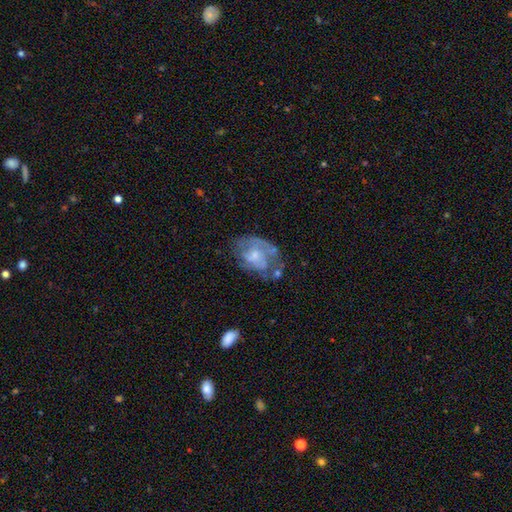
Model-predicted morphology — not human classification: featured or disk 71%, smooth 22%, star or artifact 8%. Down the decision tree: edge-on disk — no (97%); bar — no (67%); spiral arms — yes (73%); spiral arm count — can't tell (38%); spiral winding — medium (42%); bulge size — small (54%); merging — none (45%).